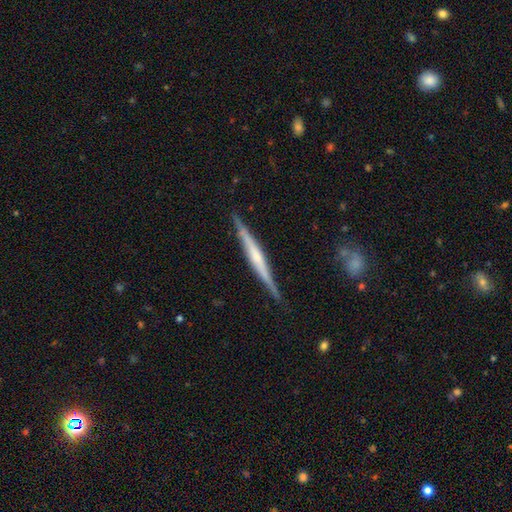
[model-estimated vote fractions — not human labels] featured or disk 68%, smooth 27%, star or artifact 5%. Down the decision tree: edge-on disk — yes (97%); edge-on bulge — none (45%); merging — none (86%).